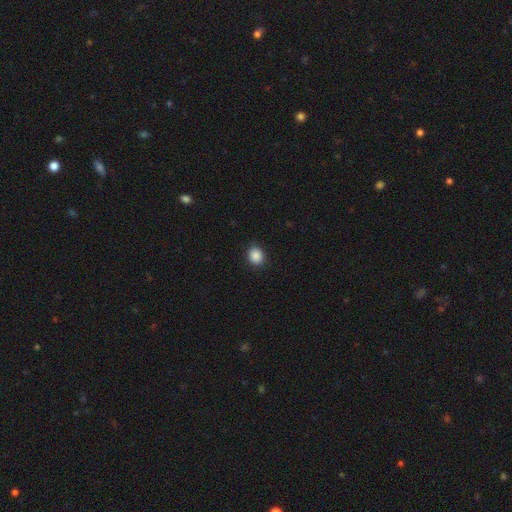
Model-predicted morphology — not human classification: Smooth or featured? smooth (88%)
How rounded? round (67%)
Merging? none (88%)